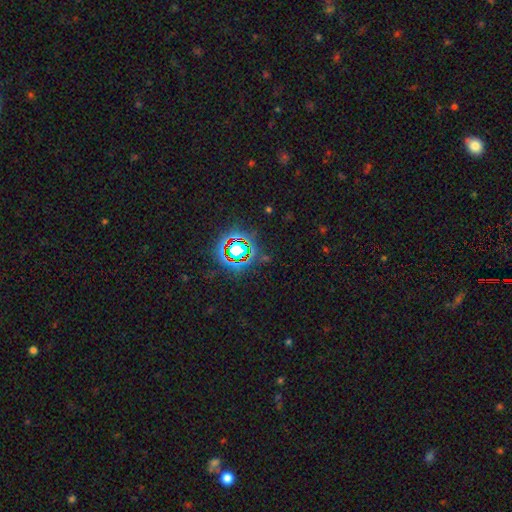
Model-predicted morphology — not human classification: This appears to be a star or artifact, not a galaxy (77%).